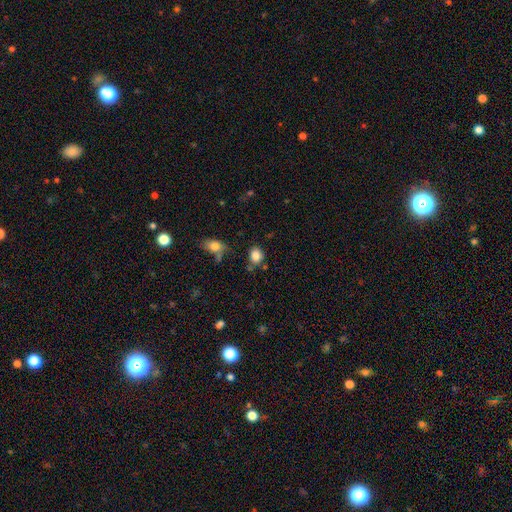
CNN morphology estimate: Smooth or featured? Predicted: smooth (p=0.85). How rounded? Predicted: round (p=0.58). Merging? Predicted: none (p=0.74).